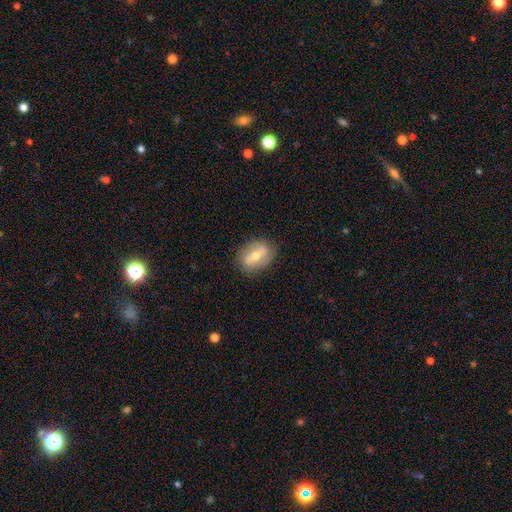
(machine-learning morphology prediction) smooth_or_featured: featured or disk (p=0.55) [alt: smooth p=0.38]
disk_edge_on: no (p=0.85) [alt: yes p=0.15]
merging: none (p=0.82) [alt: minor disturbance p=0.13]